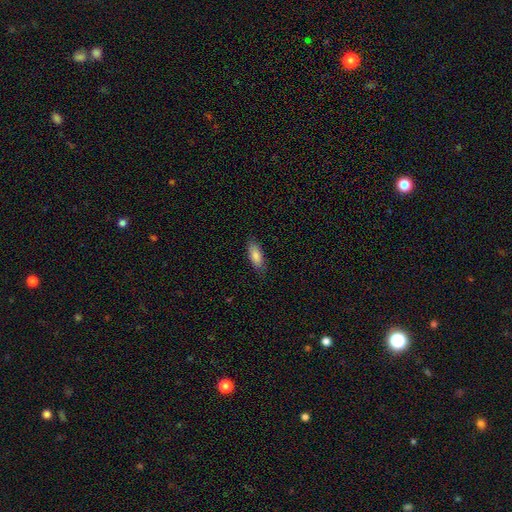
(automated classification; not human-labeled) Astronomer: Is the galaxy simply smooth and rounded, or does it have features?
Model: smooth — 84%.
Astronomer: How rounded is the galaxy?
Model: in between — 73%.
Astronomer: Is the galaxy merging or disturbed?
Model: none — 84%.